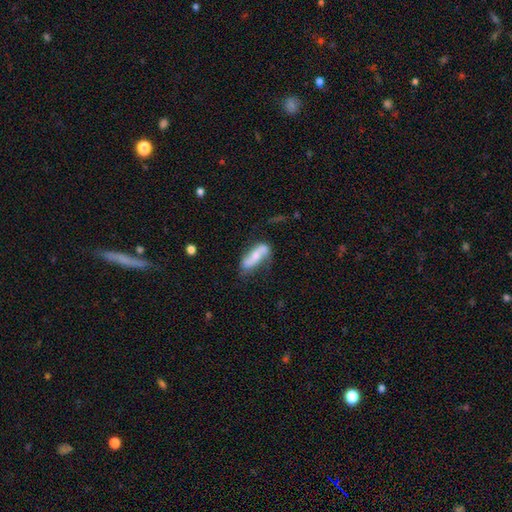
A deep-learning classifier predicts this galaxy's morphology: A featured or disk galaxy (54%). Merging: none (53%).